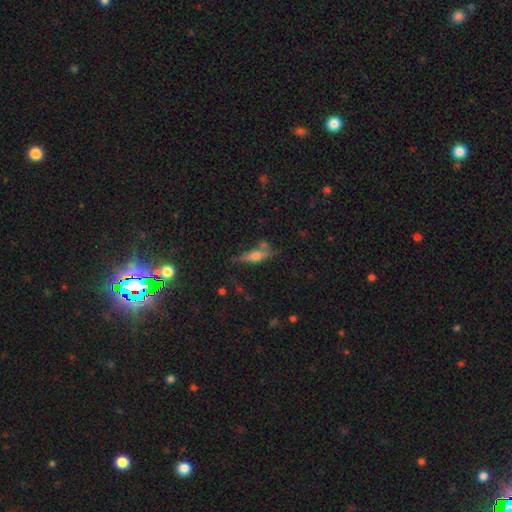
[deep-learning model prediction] smooth-or-featured: featured or disk: 48% | smooth: 41% | star or artifact: 11%
  merging: none: 58% | minor disturbance: 20% | merger: 13% | major disturbance: 9%